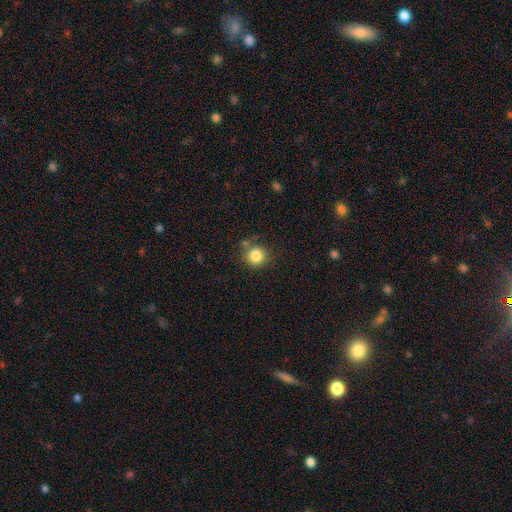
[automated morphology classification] Smooth or featured? smooth (84%)
How rounded? round (92%)
Merging? none (76%)